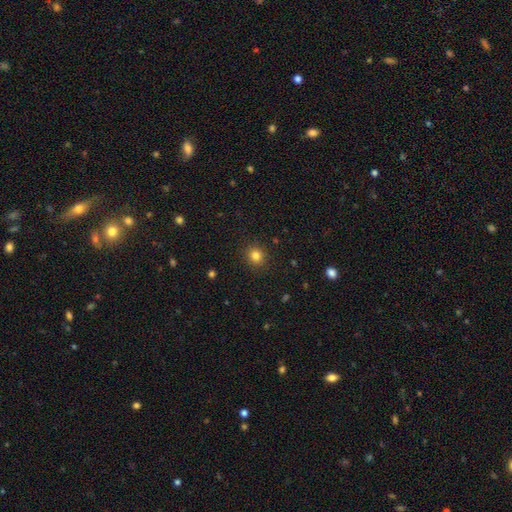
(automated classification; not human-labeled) smooth-or-featured: smooth: 82% | star or artifact: 13% | featured or disk: 5%
  how-rounded: round: 89% | in between: 10% | cigar-shaped: 1%
  merging: none: 91% | minor disturbance: 6% | major disturbance: 2% | merger: 1%